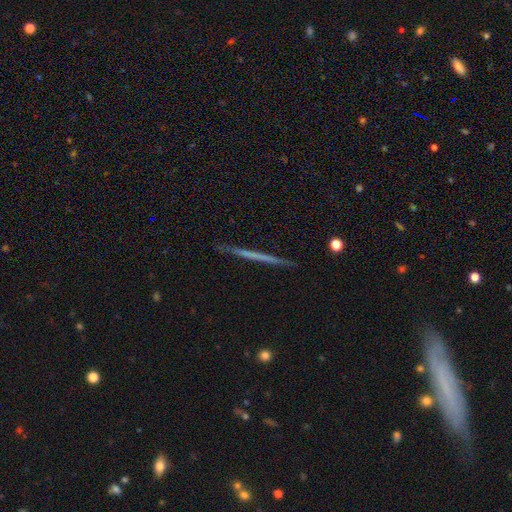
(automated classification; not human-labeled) Smooth or featured? Predicted: featured or disk (p=0.58). Edge-on disk? Predicted: yes (p=0.98). Edge-on bulge? Predicted: none (p=0.92). Merging? Predicted: none (p=0.91).